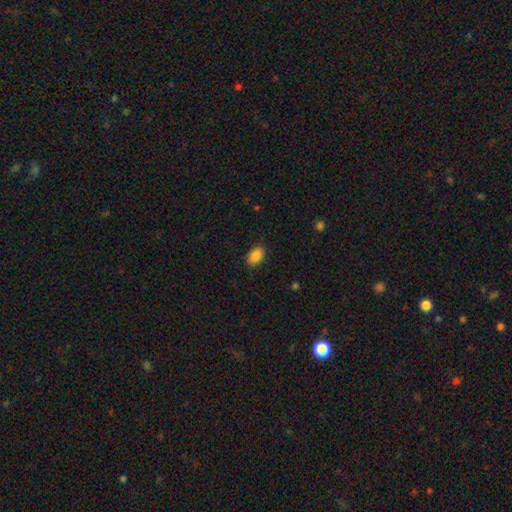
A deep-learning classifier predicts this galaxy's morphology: Smooth or featured?
  - smooth: 88% *
  - star or artifact: 8%
  - featured or disk: 4%
How rounded?
  - in between: 89% *
  - round: 9%
  - cigar-shaped: 1%
Merging?
  - none: 88% *
  - minor disturbance: 9%
  - major disturbance: 2%
  - merger: 1%